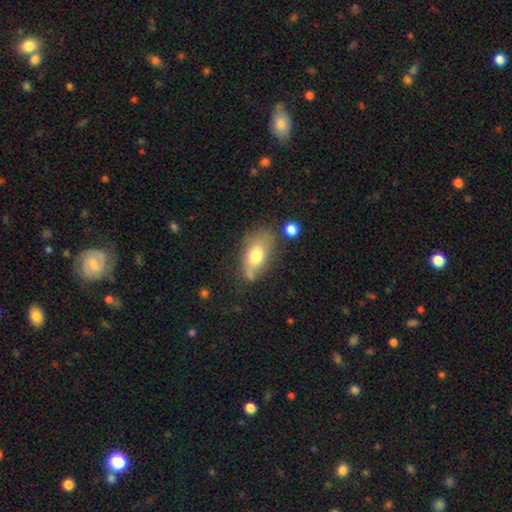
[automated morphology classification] The model was most divided on "merging": none: 52%, minor disturbance: 25%, major disturbance: 11%, merger: 11%. More confident: how rounded — in between (87%); smooth or featured — smooth (71%).